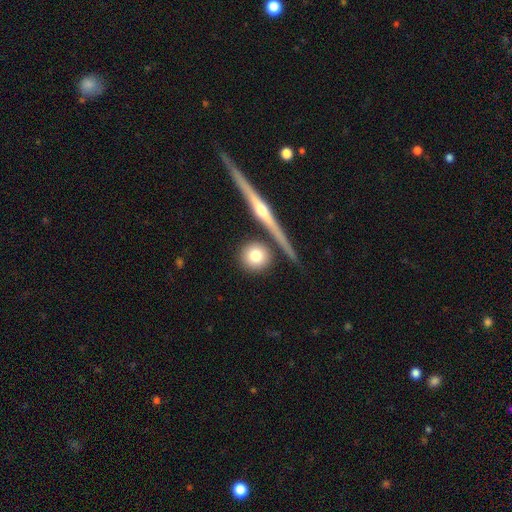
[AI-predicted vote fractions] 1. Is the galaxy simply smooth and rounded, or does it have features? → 76% smooth, 17% featured or disk, 7% star or artifact.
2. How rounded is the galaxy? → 90% round, 7% in between, 3% cigar-shaped.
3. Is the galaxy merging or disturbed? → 80% none, 9% merger, 9% minor disturbance, 2% major disturbance.